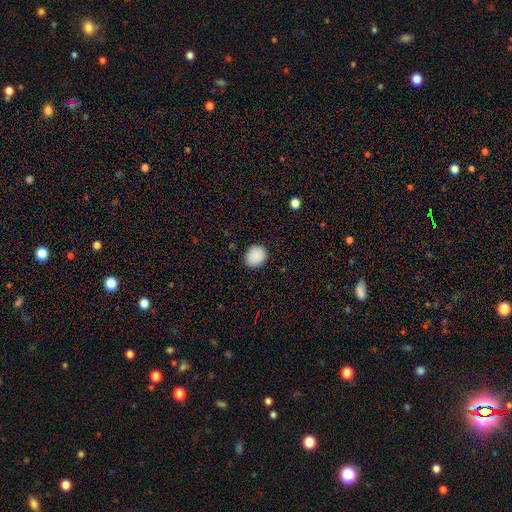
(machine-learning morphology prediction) A smooth galaxy with no disk features (89%) that is round (70%).

Vote fractions:
- Smooth or featured? smooth: 89% / star or artifact: 8% / featured or disk: 3%
- How rounded? round: 70% / in between: 30% / cigar-shaped: 1%
- Merging? none: 89% / minor disturbance: 8% / major disturbance: 2% / merger: 1%